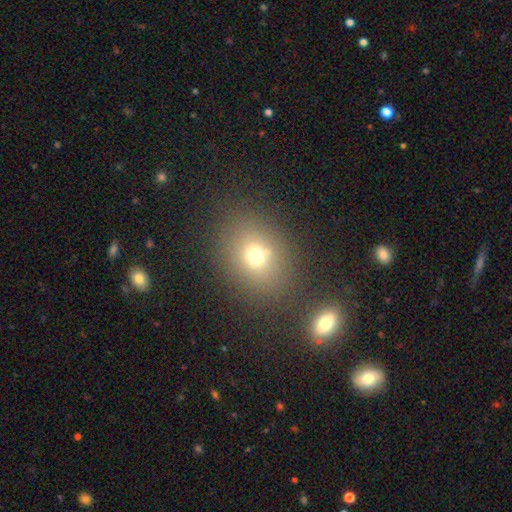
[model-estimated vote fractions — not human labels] A smooth galaxy with no disk features (68%) that is round (56%). Merging: none (76%).